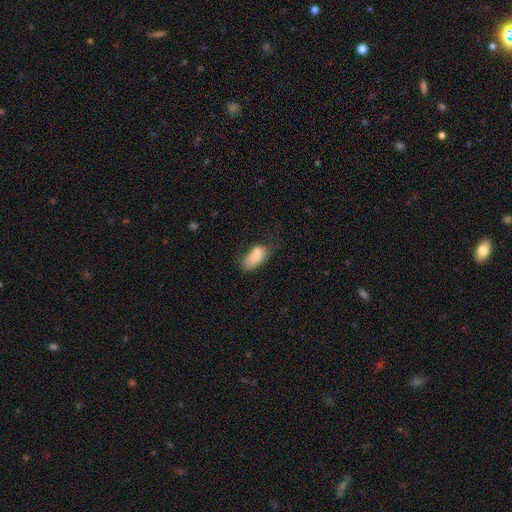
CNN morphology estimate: A smooth galaxy with no disk features (76%) that is in between round and cigar-shaped (91%). Merging: none (40%).